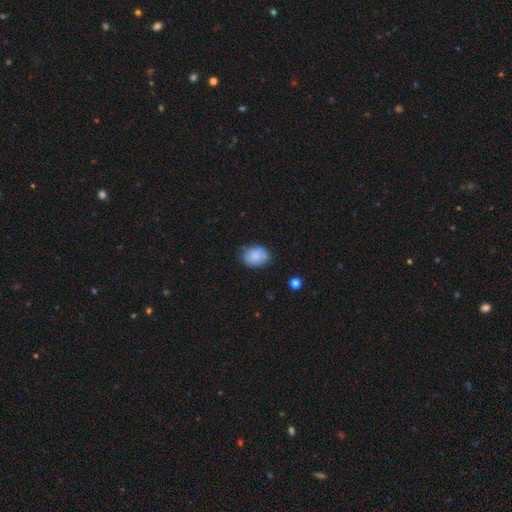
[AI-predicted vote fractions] Smooth or featured? smooth (80%)
How rounded? in between (68%)
Merging? none (69%)